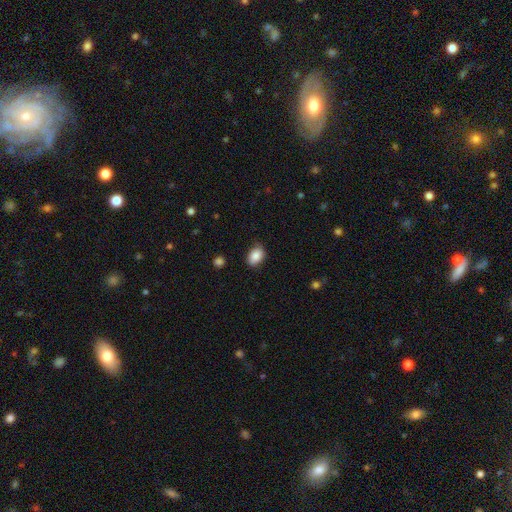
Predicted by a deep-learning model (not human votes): Smooth or featured?
  - smooth: 87% *
  - star or artifact: 8%
  - featured or disk: 6%
How rounded?
  - in between: 80% *
  - round: 19%
  - cigar-shaped: 1%
Merging?
  - none: 79% *
  - minor disturbance: 16%
  - major disturbance: 3%
  - merger: 1%